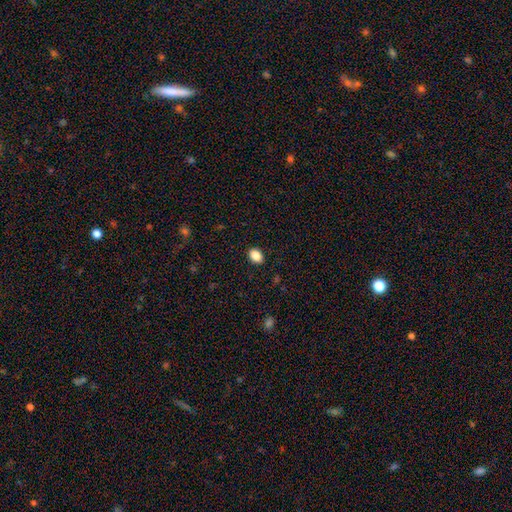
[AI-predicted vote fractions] A smooth galaxy with no disk features (87%) that is in between round and cigar-shaped (75%). Merging: none (90%).